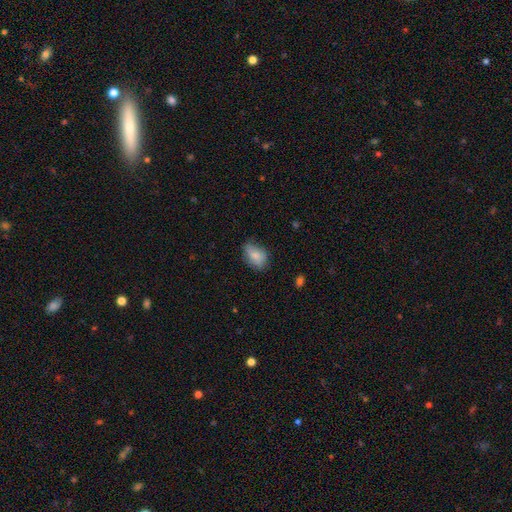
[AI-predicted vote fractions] smooth_or_featured: smooth (p=0.82) [alt: featured or disk p=0.11]
how_rounded: in between (p=0.86) [alt: round p=0.12]
merging: none (p=0.64) [alt: minor disturbance p=0.28]